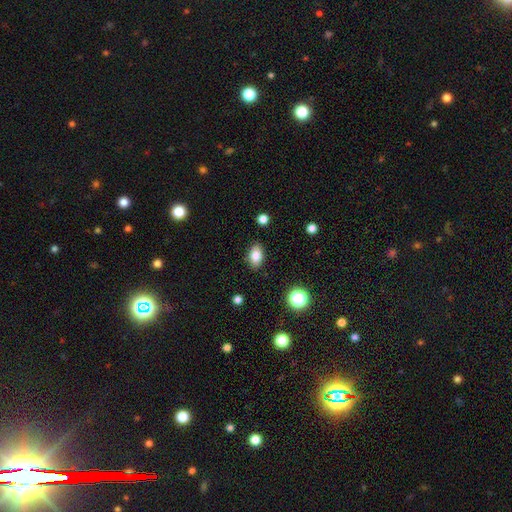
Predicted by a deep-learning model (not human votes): A smooth galaxy with no disk features (83%) that is in between round and cigar-shaped (87%).

Vote fractions:
- Smooth or featured? smooth: 83% / star or artifact: 9% / featured or disk: 8%
- How rounded? in between: 87% / round: 11% / cigar-shaped: 2%
- Merging? none: 87% / minor disturbance: 9% / major disturbance: 2% / merger: 1%